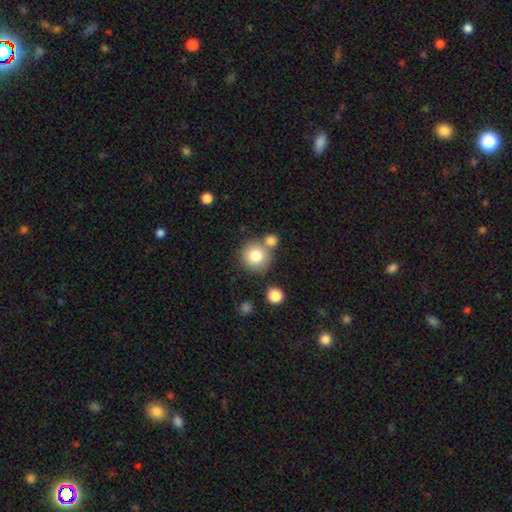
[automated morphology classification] smooth_or_featured: smooth (p=0.79) [alt: featured or disk p=0.11]
how_rounded: round (p=0.92) [alt: in between p=0.07]
merging: none (p=0.64) [alt: merger p=0.24]